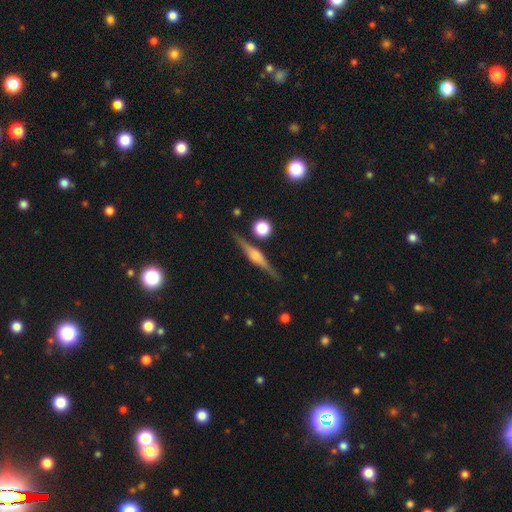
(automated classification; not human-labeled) Smooth or featured? Predicted: featured or disk (p=0.77). Edge-on disk? Predicted: yes (p=0.97). Edge-on bulge? Predicted: rounded (p=0.69). Merging? Predicted: none (p=0.86).